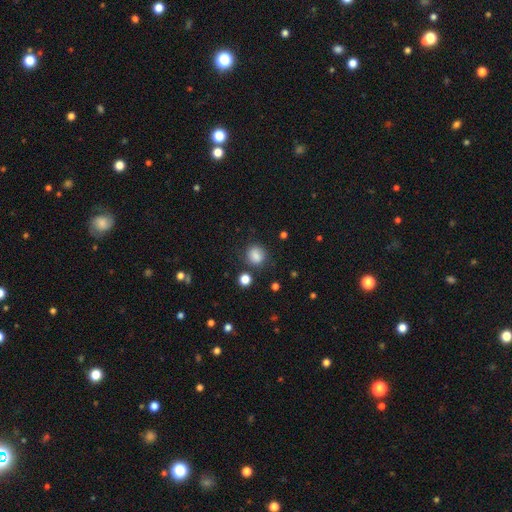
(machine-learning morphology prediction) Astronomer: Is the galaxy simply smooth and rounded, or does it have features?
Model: smooth — 83%.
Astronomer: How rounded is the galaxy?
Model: round — 74%.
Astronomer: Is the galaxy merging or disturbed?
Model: none — 78%.